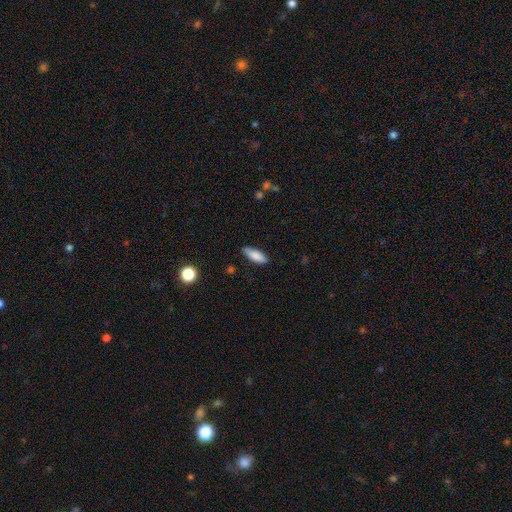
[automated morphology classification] Overall: smooth (84%). How rounded: in between (70%). Merging: none (79%).